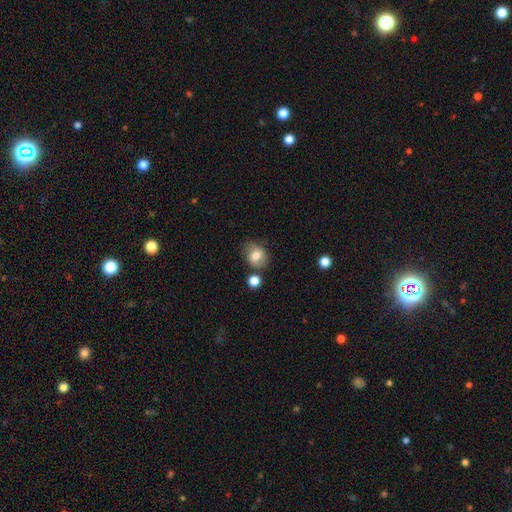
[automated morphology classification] Overall: smooth (78%). How rounded: round (59%; in between 40%). Merging: none (71%).